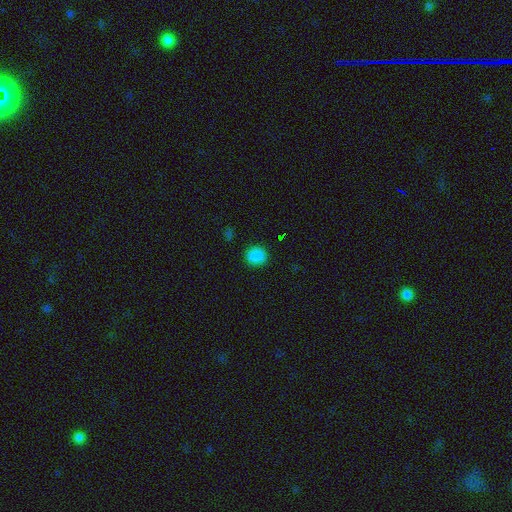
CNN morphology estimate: This appears to be a smooth galaxy with no disk features (87%) that is round (84%). Merging: none (90%).